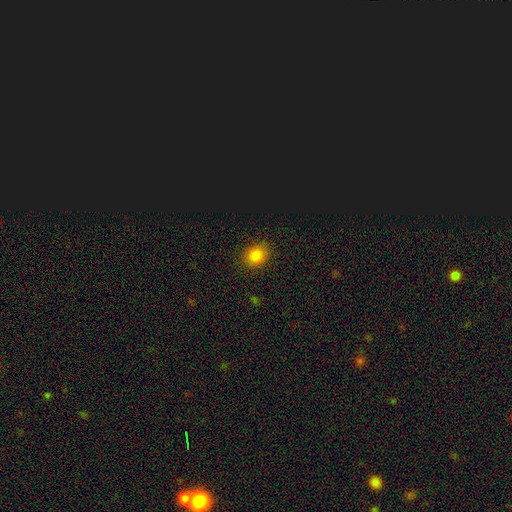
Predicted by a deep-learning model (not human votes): A smooth galaxy with no disk features (81%) that is round (65%). Merging: none (87%).